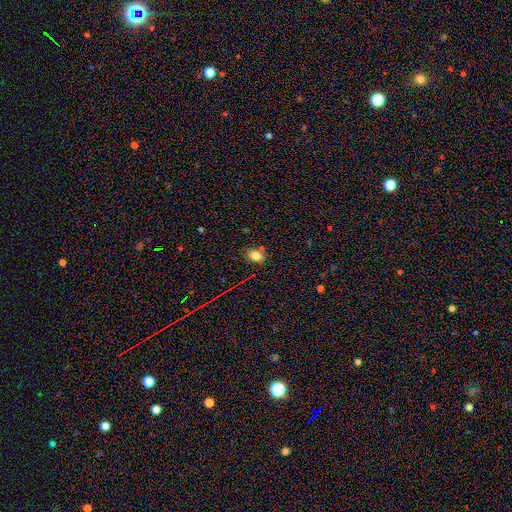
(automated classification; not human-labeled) Q: Smooth or featured?
A: smooth (80%); runner-up: star or artifact (12%)
Q: How rounded?
A: in between (73%); runner-up: round (26%)
Q: Merging?
A: none (78%); runner-up: minor disturbance (13%)